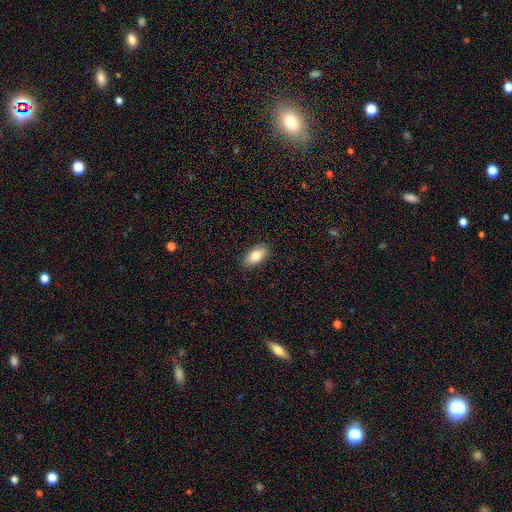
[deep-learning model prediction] Smooth or featured? Predicted: smooth (p=0.84). How rounded? Predicted: in between (p=0.93). Merging? Predicted: none (p=0.86).